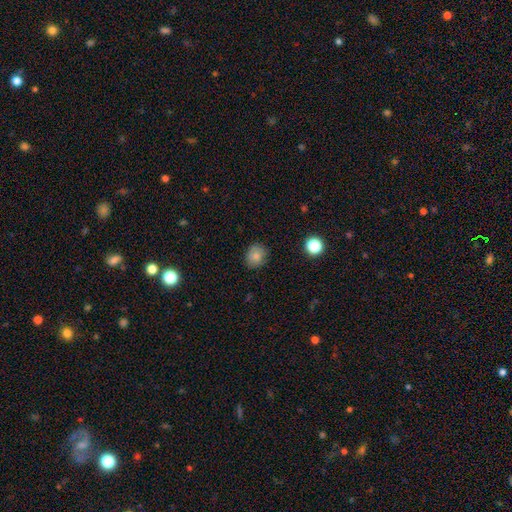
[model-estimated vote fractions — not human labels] Smooth or featured?
  - smooth: 82% *
  - star or artifact: 11%
  - featured or disk: 7%
How rounded?
  - round: 73% *
  - in between: 26%
  - cigar-shaped: 1%
Merging?
  - none: 83% *
  - minor disturbance: 13%
  - major disturbance: 3%
  - merger: 1%